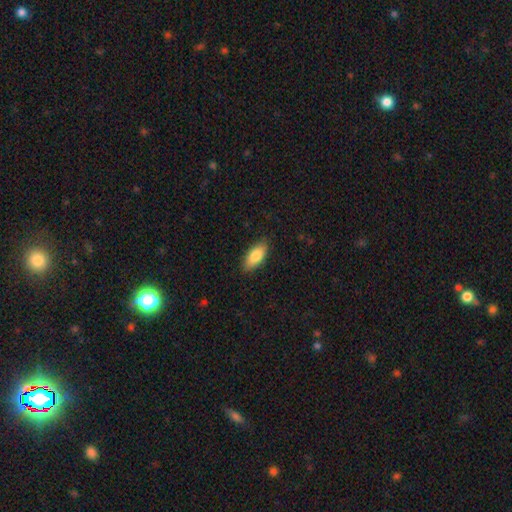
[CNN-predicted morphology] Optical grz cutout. It shows a smooth galaxy with no disk features (82%) that is in between round and cigar-shaped (85%). Merging: none (87%).